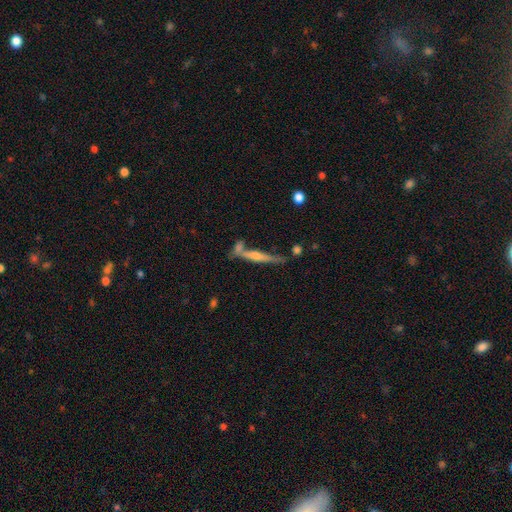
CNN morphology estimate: type=featured or disk (62%); edge-on=yes (94%); edge-on bulge=rounded (75%); merging=none (60%).